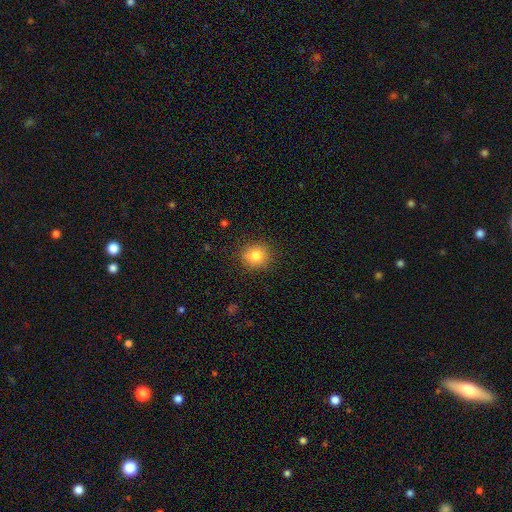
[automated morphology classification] This is clearly a smooth galaxy (82%). How rounded: clearly round (87%). Merging: clearly none (88%).